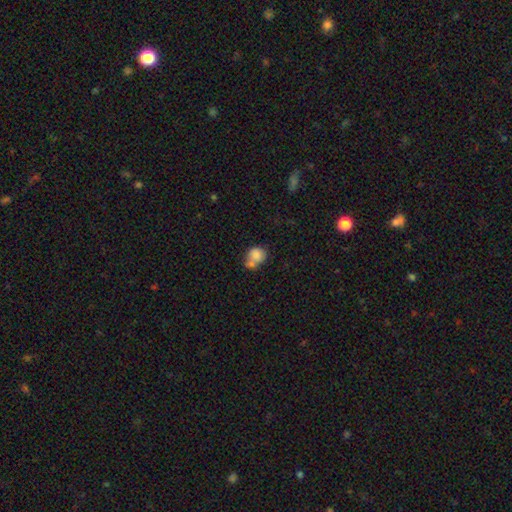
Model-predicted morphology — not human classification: Q: Smooth or featured?
A: smooth (78%); runner-up: featured or disk (13%)
Q: How rounded?
A: round (60%); runner-up: in between (39%)
Q: Merging?
A: merger (50%); runner-up: none (30%)